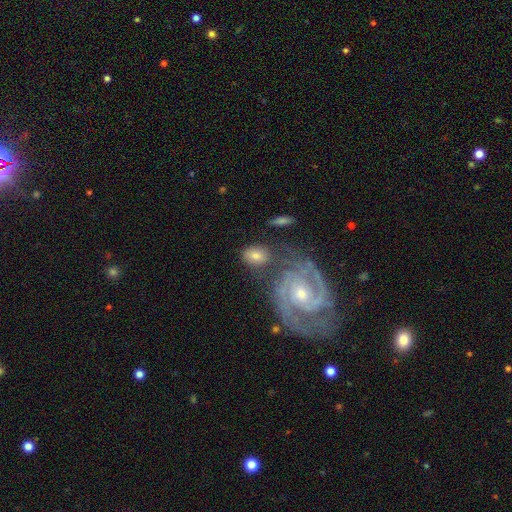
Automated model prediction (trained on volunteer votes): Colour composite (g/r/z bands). It shows a smooth galaxy with no disk features (59%) that is in between round and cigar-shaped (79%). Merging: none (64%).